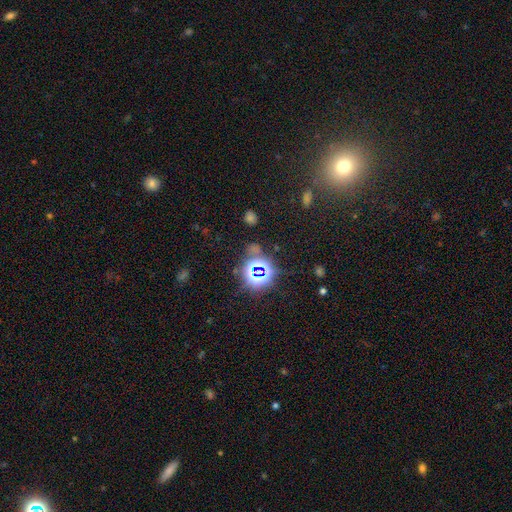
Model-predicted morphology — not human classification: star or artifact 75%, smooth 15%, featured or disk 9%.